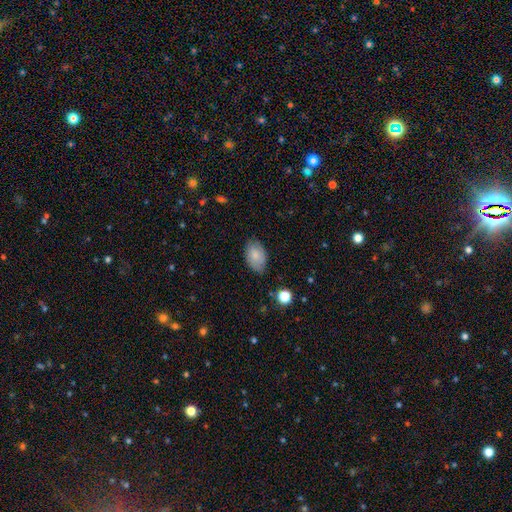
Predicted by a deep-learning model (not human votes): Smooth or featured?
  - smooth: 80% *
  - featured or disk: 13%
  - star or artifact: 7%
How rounded?
  - in between: 90% *
  - round: 8%
  - cigar-shaped: 1%
Merging?
  - none: 77% *
  - minor disturbance: 18%
  - major disturbance: 3%
  - merger: 1%